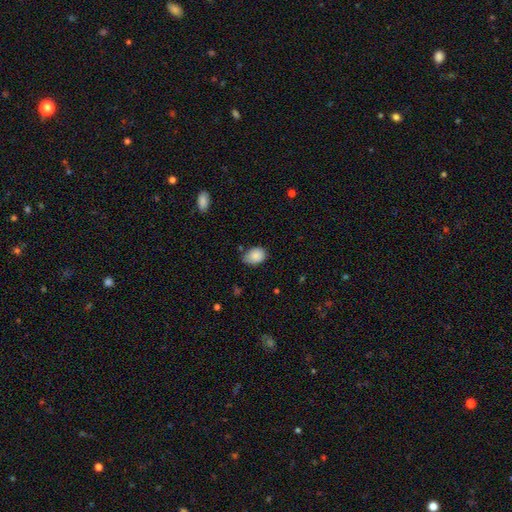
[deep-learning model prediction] smooth_or_featured: smooth (p=0.86) [alt: star or artifact p=0.08]
how_rounded: in between (p=0.75) [alt: round p=0.24]
merging: none (p=0.66) [alt: minor disturbance p=0.27]